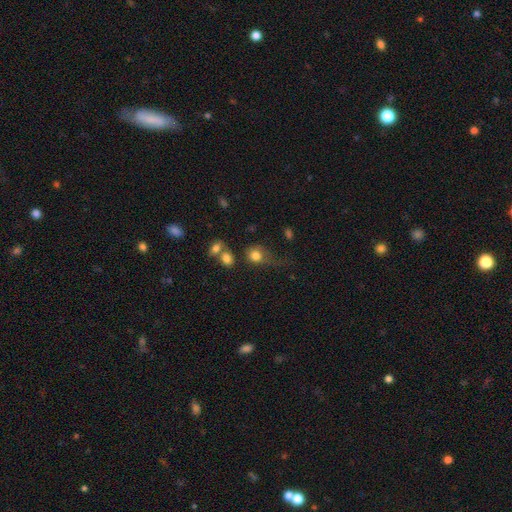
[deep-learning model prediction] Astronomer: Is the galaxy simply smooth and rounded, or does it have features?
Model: smooth — 79%.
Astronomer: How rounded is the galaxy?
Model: round — 71%.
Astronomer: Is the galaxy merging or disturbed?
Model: none — 37% (runner-up: minor disturbance, 25%).